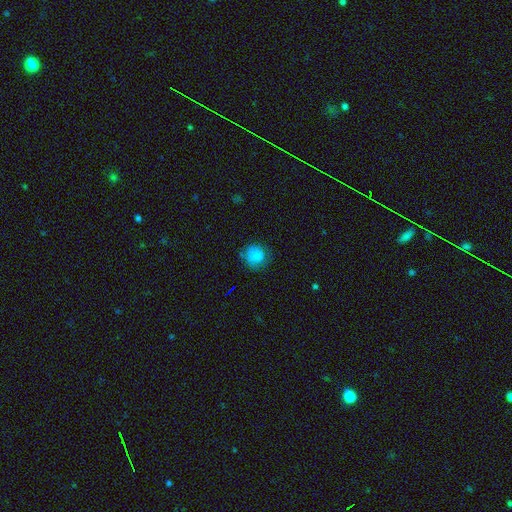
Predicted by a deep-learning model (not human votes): smooth 81%, star or artifact 9%, featured or disk 9%. Down the decision tree: how rounded — round (84%); merging — none (69%).